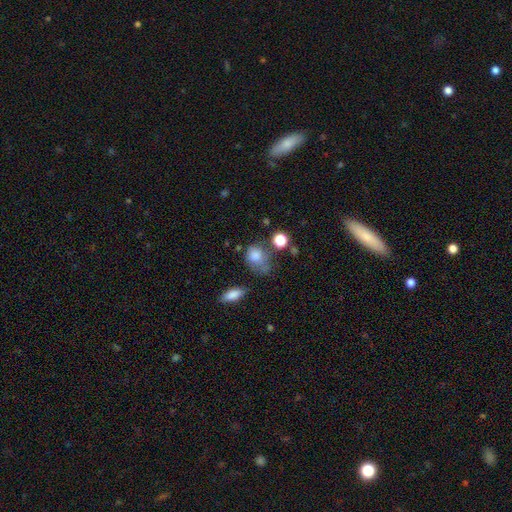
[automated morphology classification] A smooth galaxy with no disk features (75%) that is in between round and cigar-shaped (54%).

Vote fractions:
- Smooth or featured? smooth: 75% / featured or disk: 14% / star or artifact: 11%
- How rounded? in between: 54% / round: 45% / cigar-shaped: 2%
- Merging? none: 31% (tied) / minor disturbance: 31% (tied) / major disturbance: 27% / merger: 12%